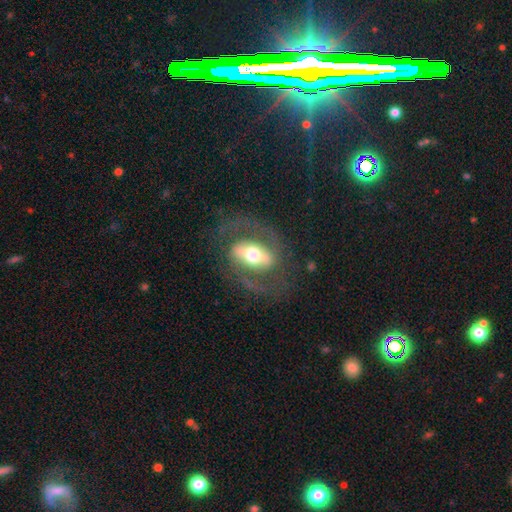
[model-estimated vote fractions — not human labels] featured or disk 76%, smooth 18%, star or artifact 6%. Down the decision tree: edge-on disk — no (89%); bar — strong (58%); spiral arms — yes (68%); bulge size — moderate (56%); merging — none (71%).